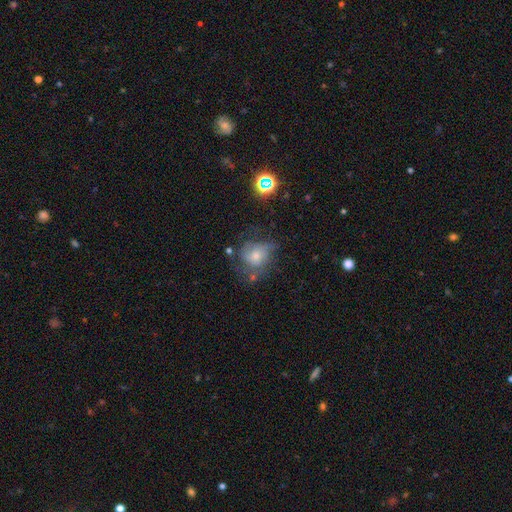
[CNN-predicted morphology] smooth-or-featured: featured or disk: 43% | smooth: 38% | star or artifact: 19%
  merging: none: 49% | minor disturbance: 25% | major disturbance: 20% | merger: 5%